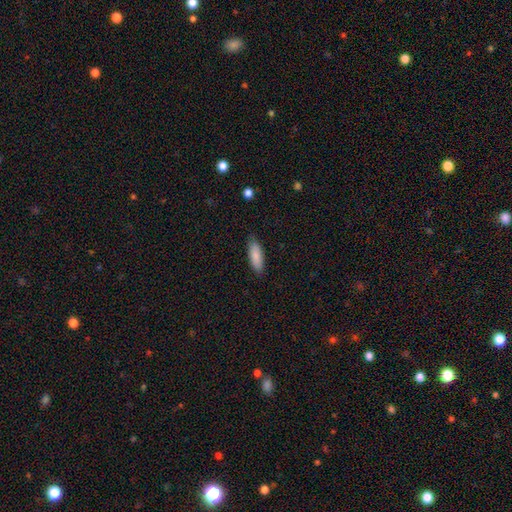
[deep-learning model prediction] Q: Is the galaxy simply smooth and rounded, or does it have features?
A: smooth — 87%.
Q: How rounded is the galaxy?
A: in between — 64%.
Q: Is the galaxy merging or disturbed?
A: none — 84%.